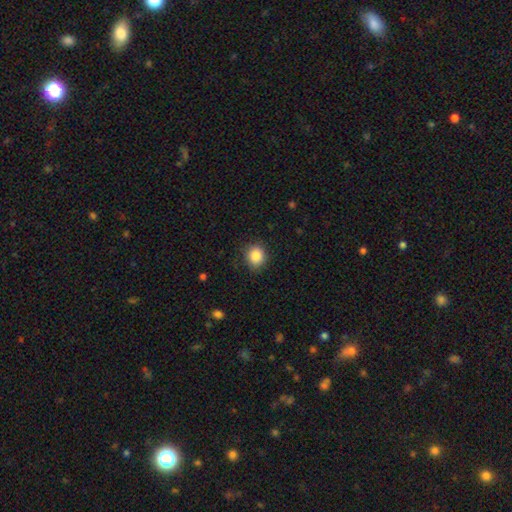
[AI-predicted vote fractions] Overall: smooth (87%). How rounded: round (76%). Merging: none (85%).